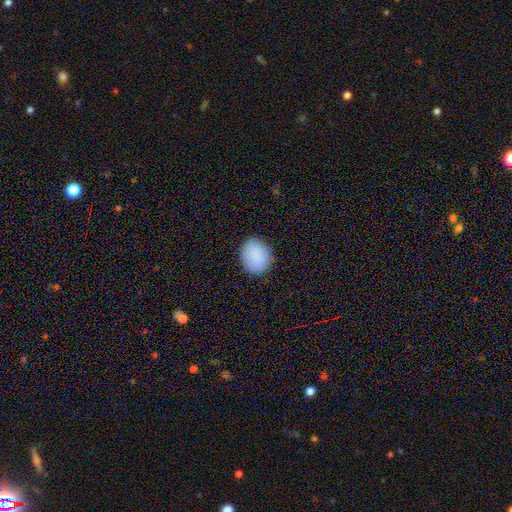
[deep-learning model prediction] Overall: smooth (89%). How rounded: round (69%; in between 30%). Merging: none (88%).